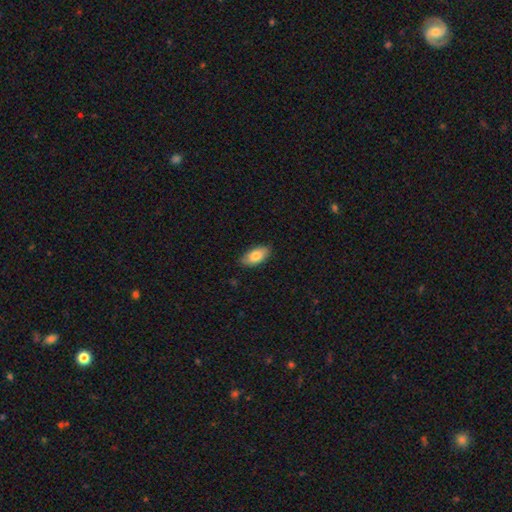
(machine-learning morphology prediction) The model was most divided on "smooth or featured": smooth: 82%, featured or disk: 12%, star or artifact: 6%. More confident: how rounded — in between (91%); merging — none (85%).